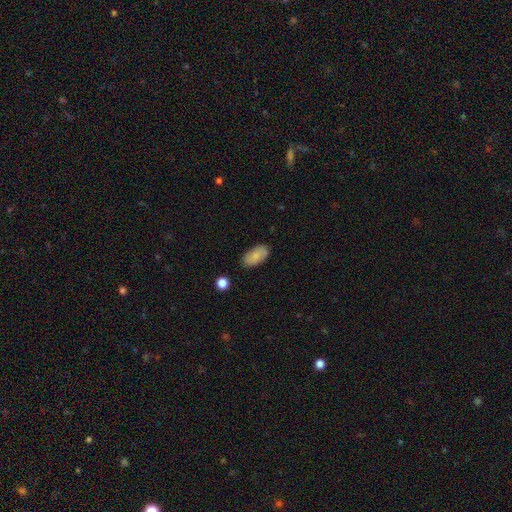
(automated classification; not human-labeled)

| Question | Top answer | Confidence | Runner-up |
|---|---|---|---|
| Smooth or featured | smooth | 81% | featured or disk (12%) |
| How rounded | in between | 94% | round (3%) |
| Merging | none | 84% | minor disturbance (12%) |